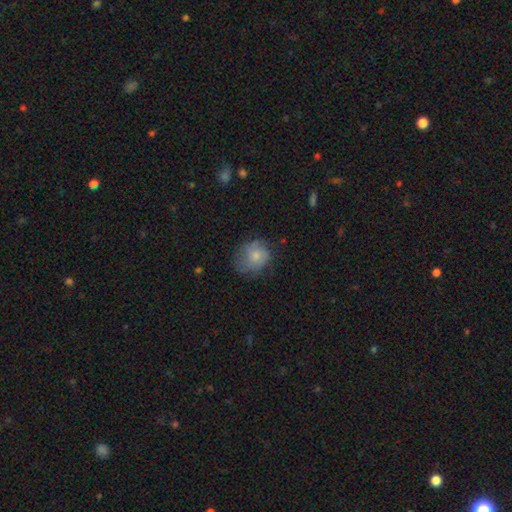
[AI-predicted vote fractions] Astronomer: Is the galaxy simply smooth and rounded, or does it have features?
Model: smooth — 69%.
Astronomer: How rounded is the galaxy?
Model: round — 68%.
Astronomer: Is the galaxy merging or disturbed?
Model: none — 54% (runner-up: minor disturbance, 30%).